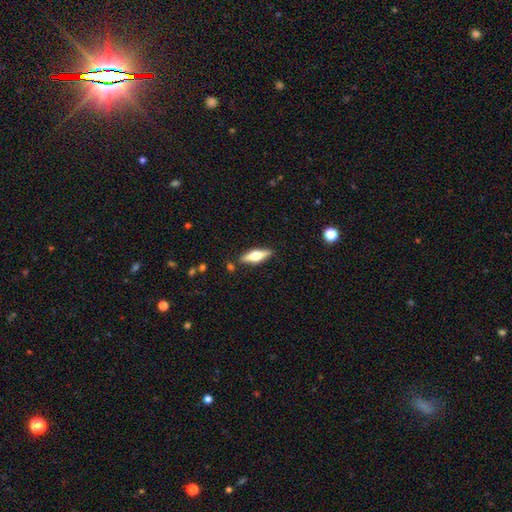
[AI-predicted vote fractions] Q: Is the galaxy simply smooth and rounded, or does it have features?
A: featured or disk — 53%.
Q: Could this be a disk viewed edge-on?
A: yes — 93%.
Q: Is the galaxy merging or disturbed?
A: none — 88%.